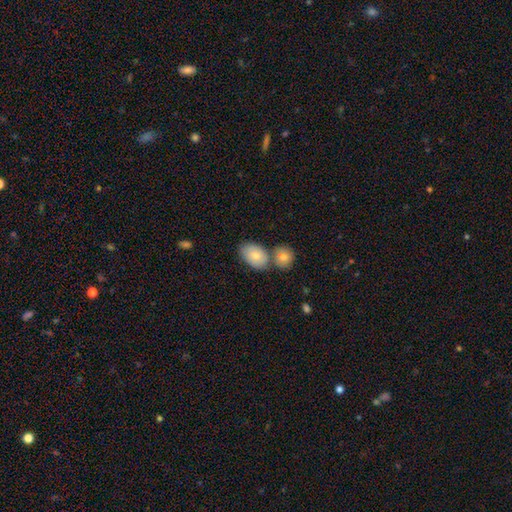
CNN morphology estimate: Q: Smooth or featured?
A: smooth (79%); runner-up: featured or disk (14%)
Q: How rounded?
A: in between (87%); runner-up: round (12%)
Q: Merging?
A: none (53%); runner-up: merger (32%)